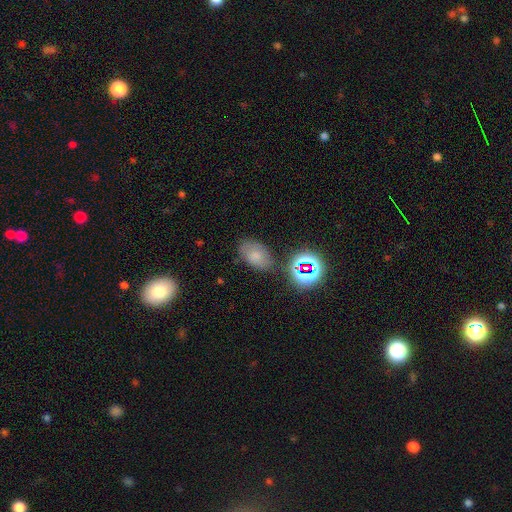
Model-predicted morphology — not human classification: smooth-or-featured: smooth: 62% | star or artifact: 20% | featured or disk: 17%
  how-rounded: in between: 85% | round: 14% | cigar-shaped: 1%
  merging: none: 67% | minor disturbance: 20% | merger: 7% | major disturbance: 7%